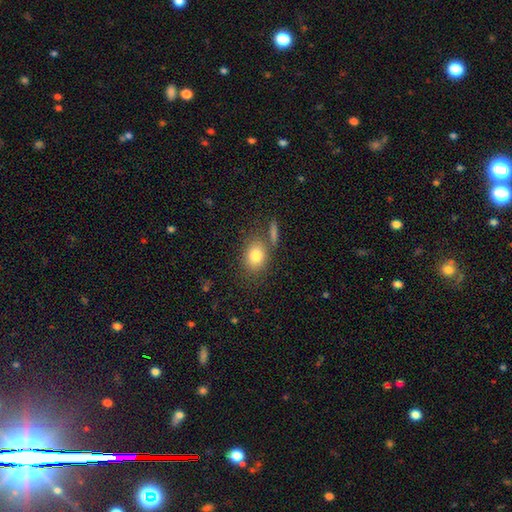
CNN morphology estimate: Smooth or featured? smooth (81%)
How rounded? in between (63%)
Merging? none (68%)